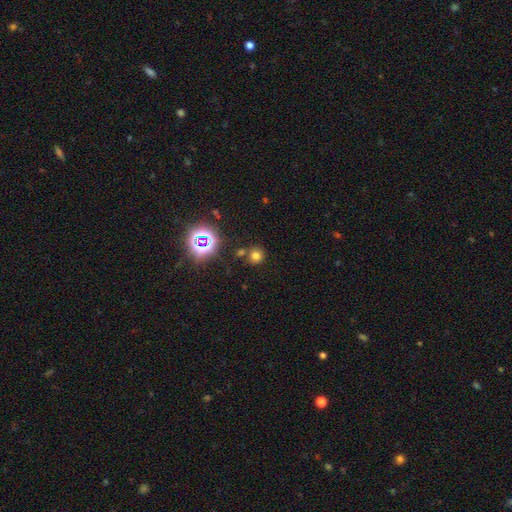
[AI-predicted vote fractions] smooth_or_featured: smooth (p=0.67) [alt: star or artifact p=0.25]
how_rounded: round (p=0.90) [alt: in between p=0.09]
merging: none (p=0.74) [alt: merger p=0.14]